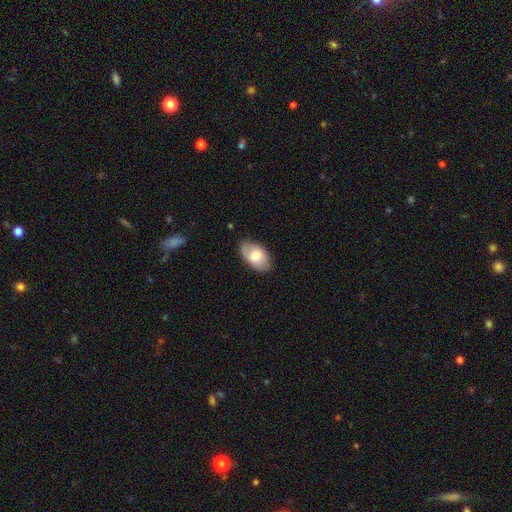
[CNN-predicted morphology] Smooth or featured: smooth — 74% (featured or disk — 19%)
How rounded: in between — 93% (round — 6%)
Merging: none — 79% (minor disturbance — 16%)